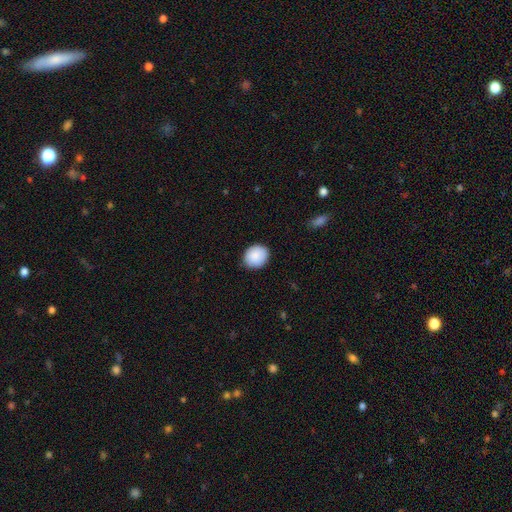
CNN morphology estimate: The model was most divided on "how rounded": round: 66%, in between: 33%, cigar-shaped: 1%. More confident: smooth or featured — smooth (89%); merging — none (87%).